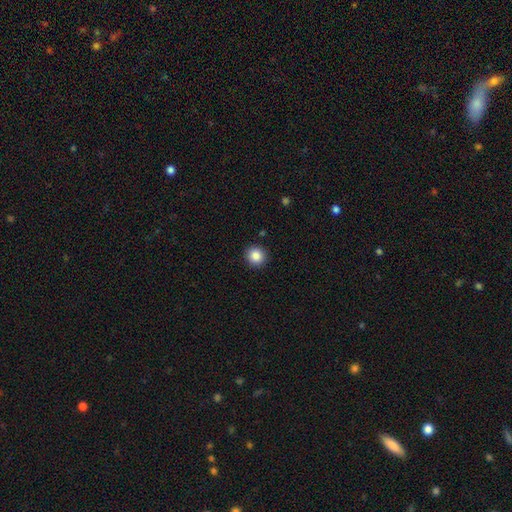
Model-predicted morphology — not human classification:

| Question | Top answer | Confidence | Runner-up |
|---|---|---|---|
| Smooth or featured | smooth | 87% | star or artifact (9%) |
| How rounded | round | 92% | in between (7%) |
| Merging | none | 92% | minor disturbance (5%) |